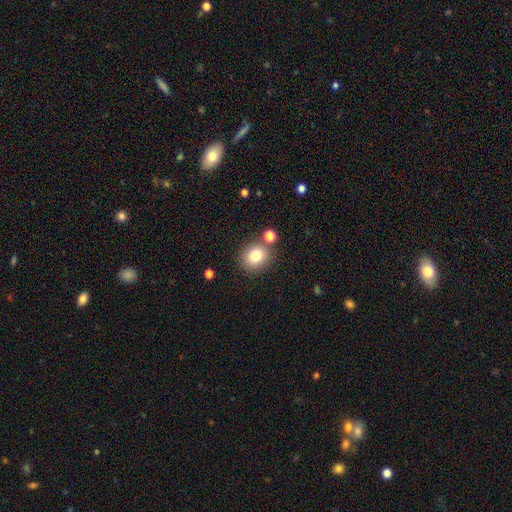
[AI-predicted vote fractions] A smooth galaxy with no disk features (79%) that is round (73%).

Vote fractions:
- Smooth or featured? smooth: 79% / star or artifact: 11% / featured or disk: 9%
- How rounded? round: 73% / in between: 26% / cigar-shaped: 1%
- Merging? none: 77% / merger: 10% / minor disturbance: 10% / major disturbance: 3%